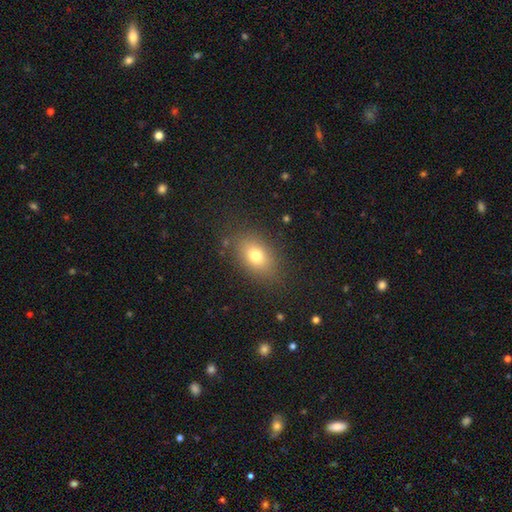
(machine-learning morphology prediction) Overall: smooth (76%). How rounded: in between (79%). Merging: none (83%).